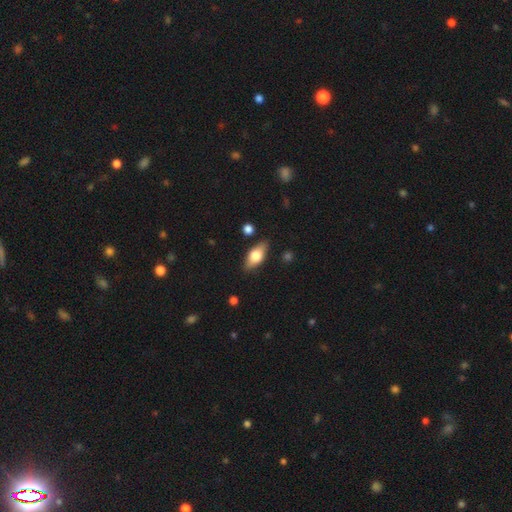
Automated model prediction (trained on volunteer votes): This appears to be a smooth galaxy with no disk features (64%) that is in between round and cigar-shaped (82%). Merging: none (85%).